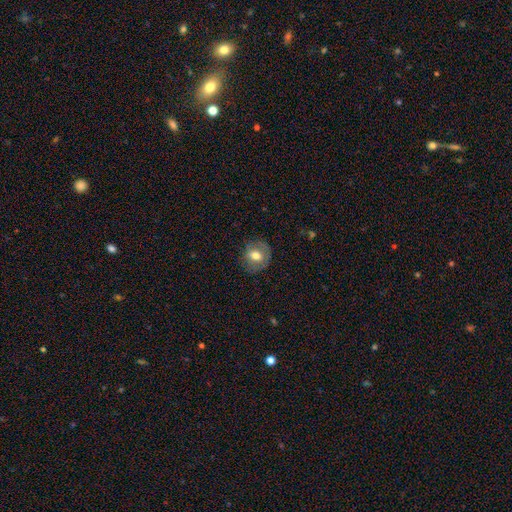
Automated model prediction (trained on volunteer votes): smooth_or_featured: smooth (p=0.64) [alt: featured or disk p=0.28]
how_rounded: round (p=0.77) [alt: in between p=0.22]
merging: none (p=0.78) [alt: minor disturbance p=0.16]